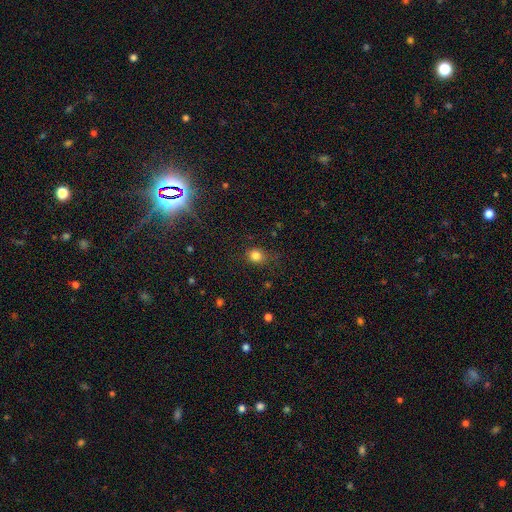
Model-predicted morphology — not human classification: smooth_or_featured: smooth (p=0.81) [alt: star or artifact p=0.13]
how_rounded: round (p=0.72) [alt: in between p=0.27]
merging: none (p=0.78) [alt: minor disturbance p=0.15]